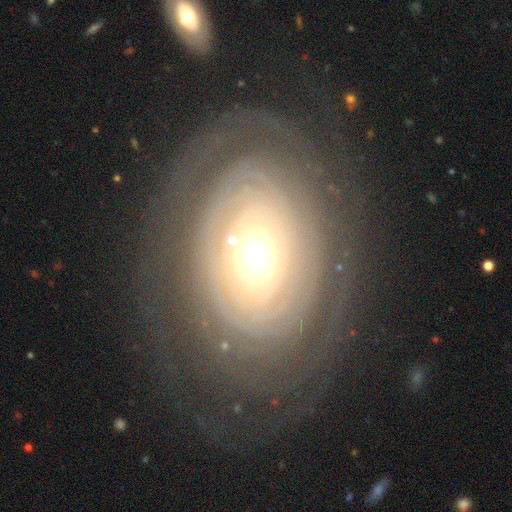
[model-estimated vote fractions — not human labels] A featured or disk galaxy (82%) with no bar (78%), tight (85%) spiral arms (86%) and a moderate central bulge (63%). Merging: none (75%).